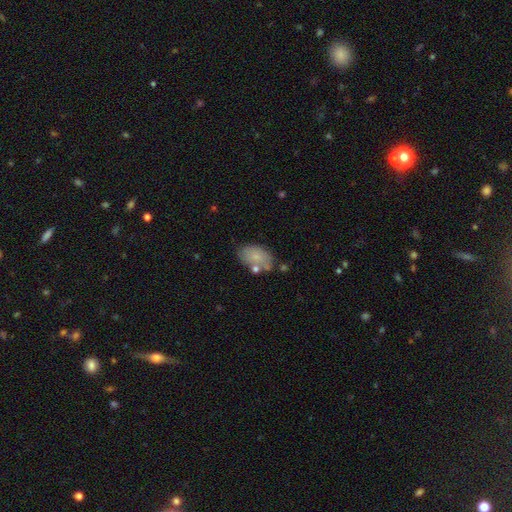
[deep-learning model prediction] Overall: smooth (73%). How rounded: in between (90%). Merging: none (59%; minor disturbance 22%).